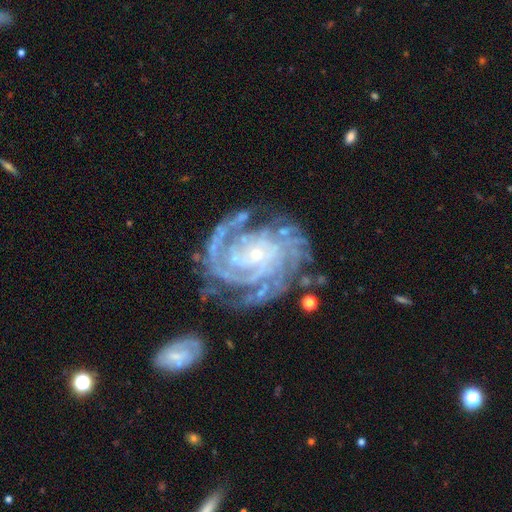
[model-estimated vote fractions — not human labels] The model was most divided on "spiral arm count": 4: 23%, 3: 21%, can't tell: 20%, 2: 15%, more than 4: 13%, 1: 8%. More confident: spiral arms — yes (98%); edge-on disk — no (98%); smooth or featured — featured or disk (91%); bulge size — small (86%); spiral winding — tight (78%); bar — no (72%); merging — none (62%).